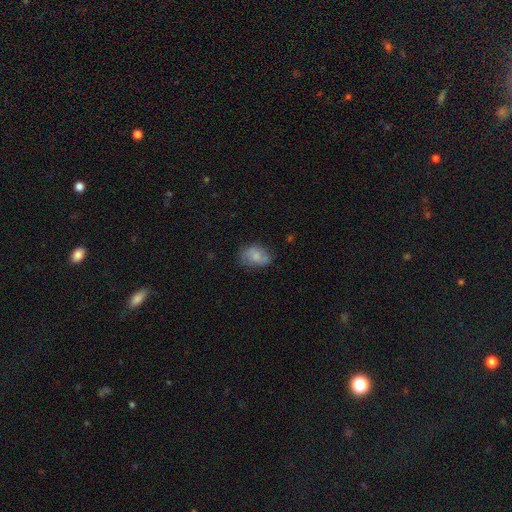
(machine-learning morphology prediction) A smooth galaxy with no disk features (65%) that is in between round and cigar-shaped (78%). Merging: none (61%).